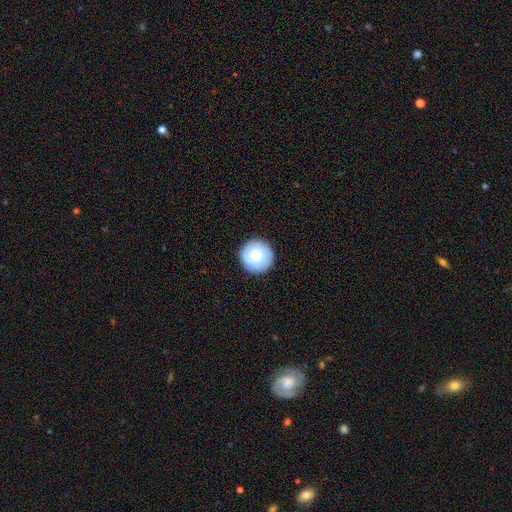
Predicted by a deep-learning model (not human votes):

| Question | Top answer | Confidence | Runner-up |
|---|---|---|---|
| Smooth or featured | smooth | 73% | featured or disk (19%) |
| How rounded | round | 95% | in between (4%) |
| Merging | none | 90% | minor disturbance (7%) |